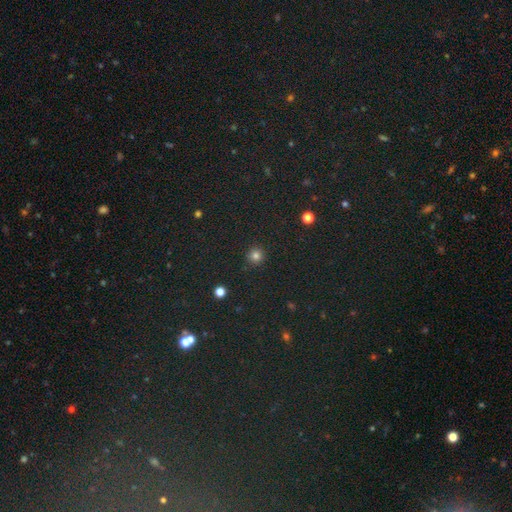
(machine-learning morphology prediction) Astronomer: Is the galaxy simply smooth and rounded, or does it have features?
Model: smooth — 80%.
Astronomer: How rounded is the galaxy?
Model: round — 94%.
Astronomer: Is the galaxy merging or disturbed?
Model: none — 90%.